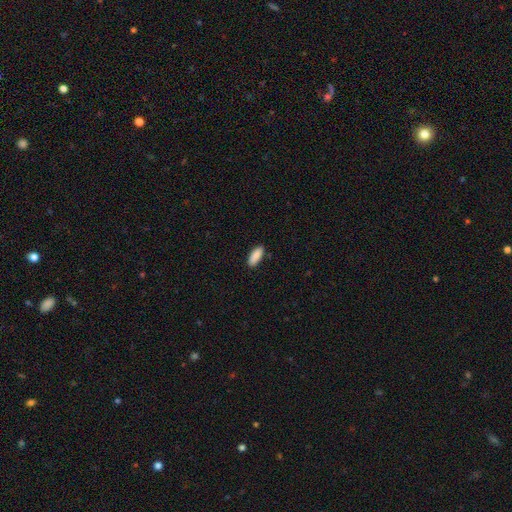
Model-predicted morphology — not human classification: Smooth or featured?
  - smooth: 90% *
  - star or artifact: 6%
  - featured or disk: 4%
How rounded?
  - in between: 75% *
  - cigar-shaped: 23%
  - round: 2%
Merging?
  - none: 87% *
  - minor disturbance: 10%
  - major disturbance: 2%
  - merger: 1%